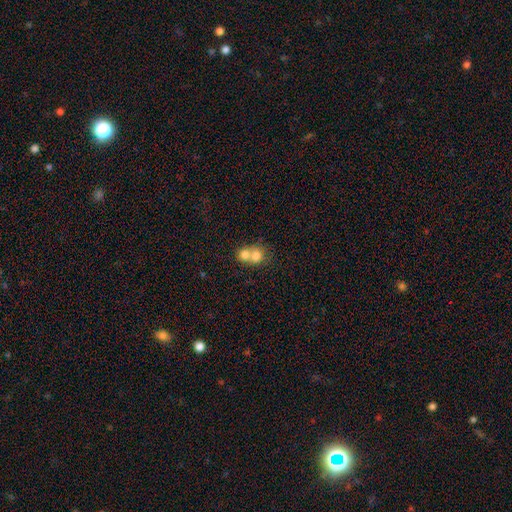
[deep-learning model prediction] A smooth galaxy with no disk features (74%) that is round (74%). Merging: merger (70%).